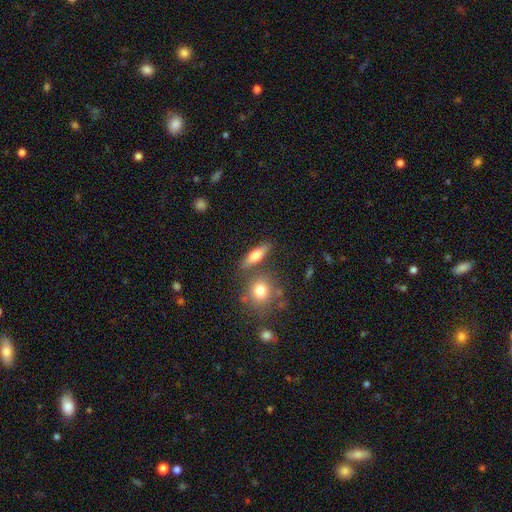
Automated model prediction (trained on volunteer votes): This is possibly a smooth galaxy (58%). How rounded: possibly in between (45%). Merging: likely none (74%).